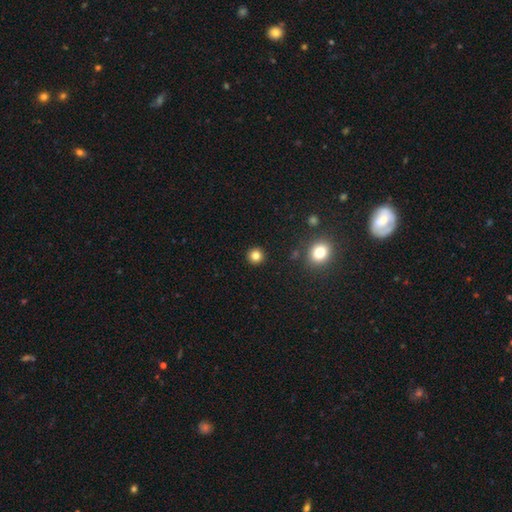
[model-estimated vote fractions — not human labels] Smooth or featured? smooth (83%)
How rounded? round (94%)
Merging? none (92%)